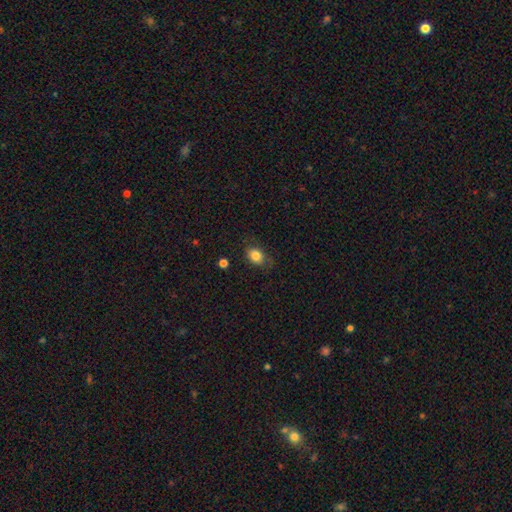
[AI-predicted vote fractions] Smooth or featured? smooth (84%)
How rounded? in between (70%)
Merging? none (70%)